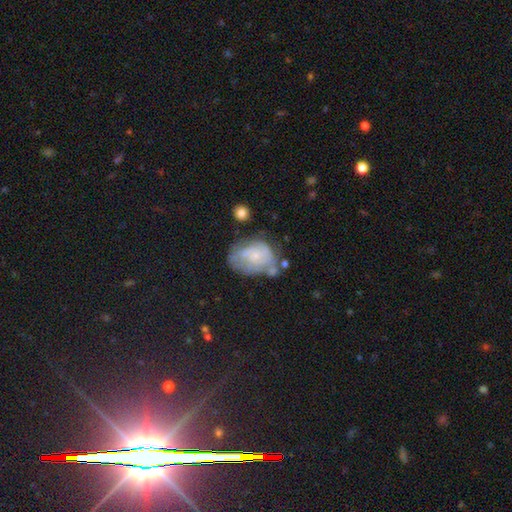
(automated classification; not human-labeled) Smooth or featured?
  - featured or disk: 59% *
  - smooth: 33%
  - star or artifact: 8%
Edge-on disk?
  - no: 97% *
  - yes: 3%
Bar?
  - no: 74% *
  - weak: 22%
  - strong: 4%
Spiral arms?
  - yes: 68% *
  - no: 32%
Bulge size?
  - small: 67% *
  - moderate: 18%
  - none: 13%
  - large: 2%
  - dominant: 1%
Merging?
  - none: 40% *
  - minor disturbance: 29%
  - major disturbance: 20%
  - merger: 11%